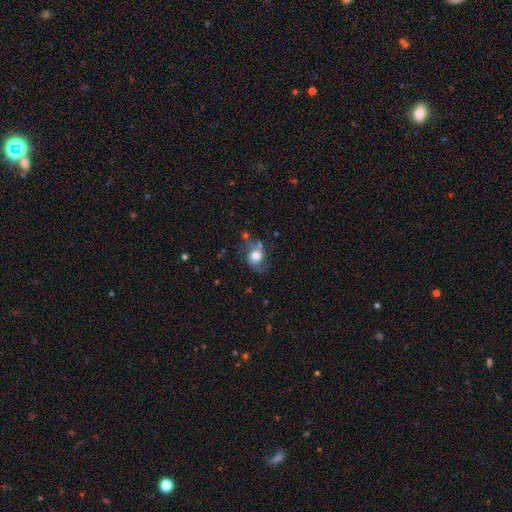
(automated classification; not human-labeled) A smooth galaxy with no disk features (57%) that is round (60%). Merging: none (48%).